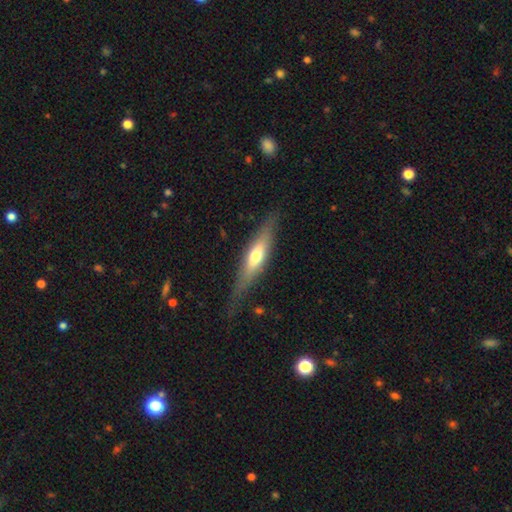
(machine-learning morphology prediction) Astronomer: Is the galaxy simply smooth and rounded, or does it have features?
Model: featured or disk — 49% (runner-up: smooth, 46%).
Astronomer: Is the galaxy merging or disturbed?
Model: none — 74%.